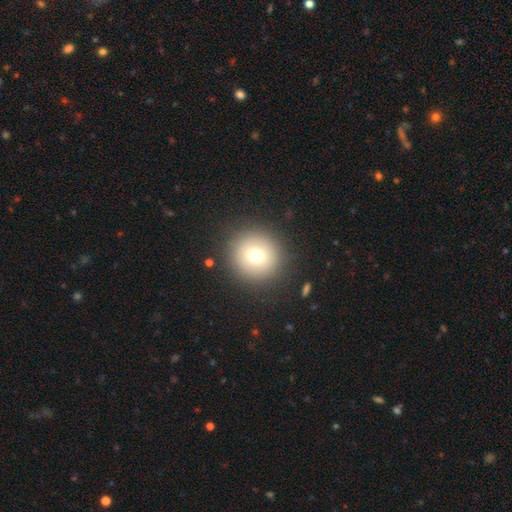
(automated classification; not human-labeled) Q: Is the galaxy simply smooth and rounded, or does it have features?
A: smooth — 72%.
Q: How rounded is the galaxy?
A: round — 94%.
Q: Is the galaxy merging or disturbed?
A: none — 89%.